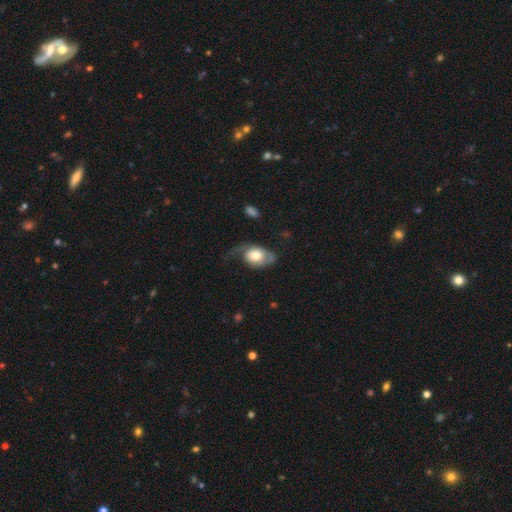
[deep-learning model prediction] Q: Smooth or featured?
A: smooth (55%); runner-up: featured or disk (39%)
Q: How rounded?
A: in between (78%); runner-up: round (21%)
Q: Merging?
A: major disturbance (46%); runner-up: minor disturbance (27%)